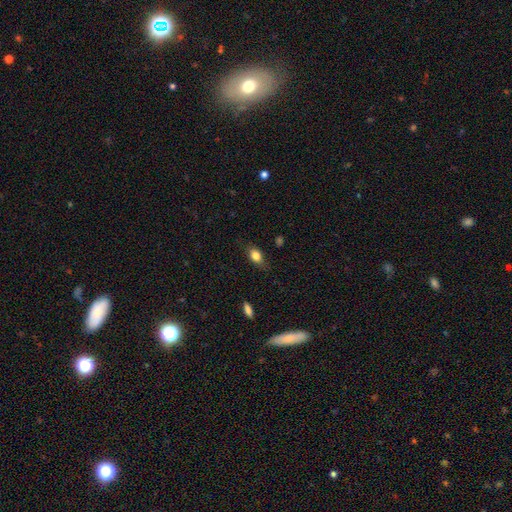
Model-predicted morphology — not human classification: Overall: smooth (80%). How rounded: in between (74%). Merging: none (75%).